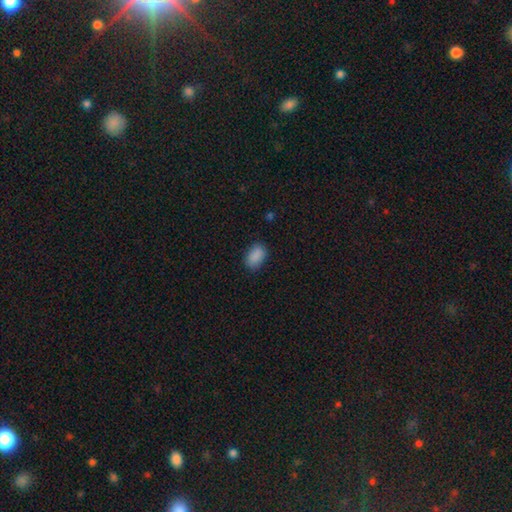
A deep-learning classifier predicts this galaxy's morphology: This is clearly a smooth galaxy (89%). How rounded: clearly in between (91%). Merging: clearly none (83%).